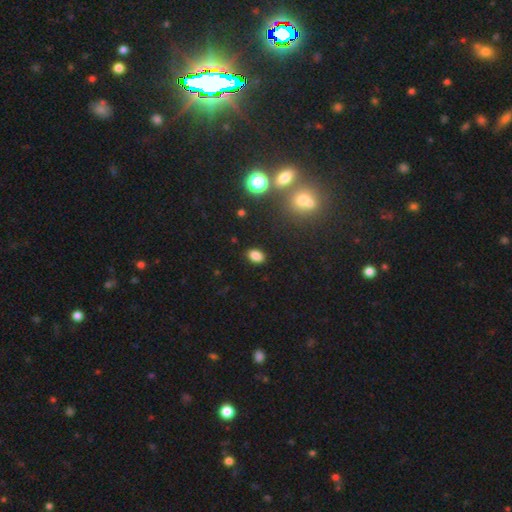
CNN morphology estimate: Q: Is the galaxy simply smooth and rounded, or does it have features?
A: smooth — 82%.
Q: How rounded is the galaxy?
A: in between — 85%.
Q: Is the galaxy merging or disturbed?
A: none — 88%.